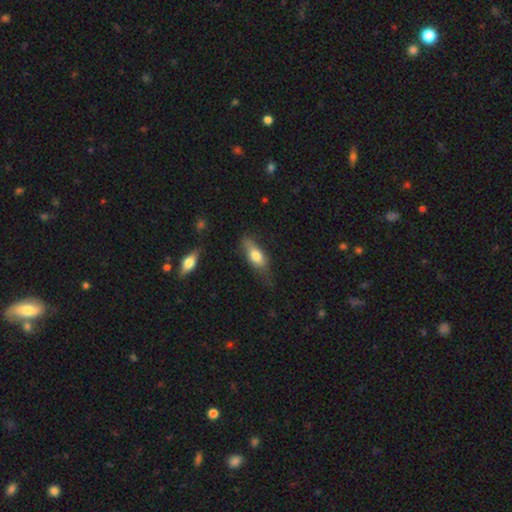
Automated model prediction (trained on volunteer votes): Morphology: type=smooth (67%); roundness=in between (69%); merging=none (56%).